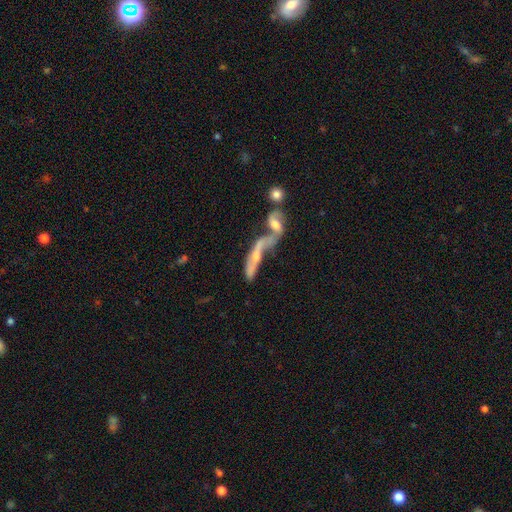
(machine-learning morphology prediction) Smooth or featured: featured or disk — 57% (smooth — 32%)
Edge-on disk: no — 68% (yes — 32%)
Merging: merger — 70% (none — 12%)